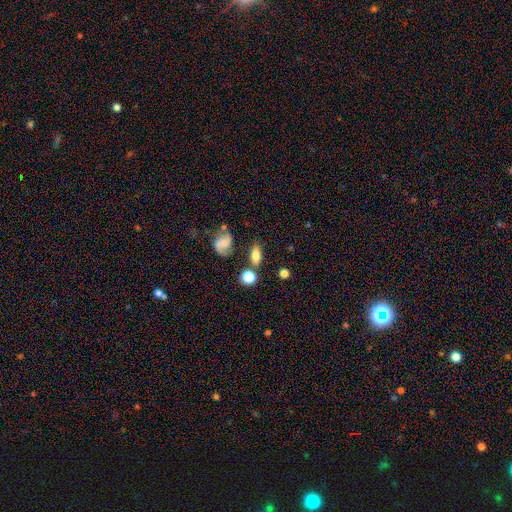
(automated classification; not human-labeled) A smooth galaxy with no disk features (74%) that is in between round and cigar-shaped (72%). Merging: none (68%).